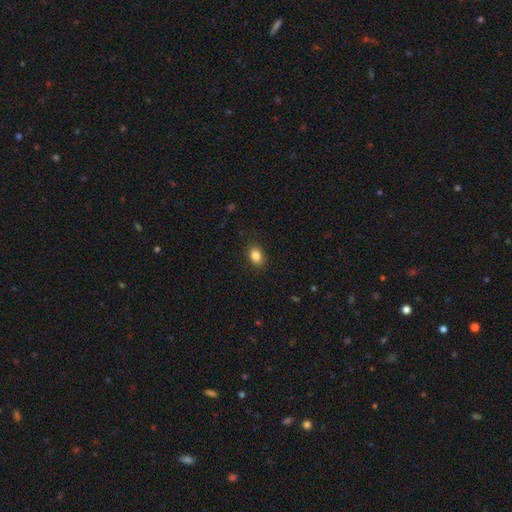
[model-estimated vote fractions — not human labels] This appears to be a smooth galaxy with no disk features (85%) that is in between round and cigar-shaped (67%). Merging: none (87%).